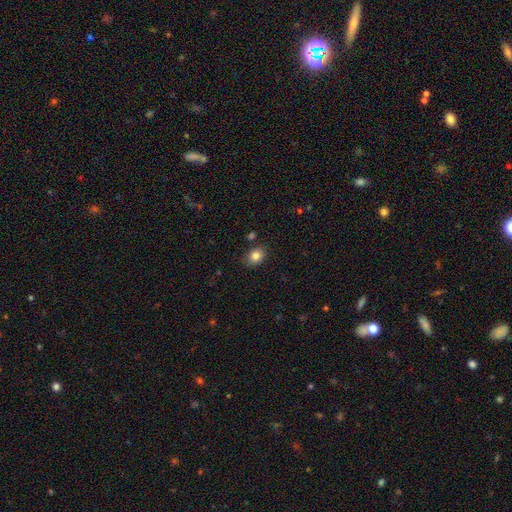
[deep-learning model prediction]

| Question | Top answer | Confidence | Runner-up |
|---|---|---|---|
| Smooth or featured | smooth | 84% | star or artifact (10%) |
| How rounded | in between | 60% | round (39%) |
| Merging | none | 81% | minor disturbance (13%) |